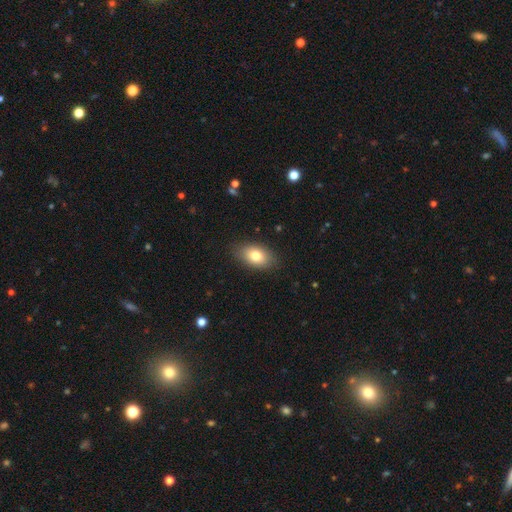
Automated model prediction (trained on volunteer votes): The model was most divided on "smooth or featured": smooth: 79%, featured or disk: 13%, star or artifact: 8%. More confident: how rounded — in between (89%); merging — none (86%).